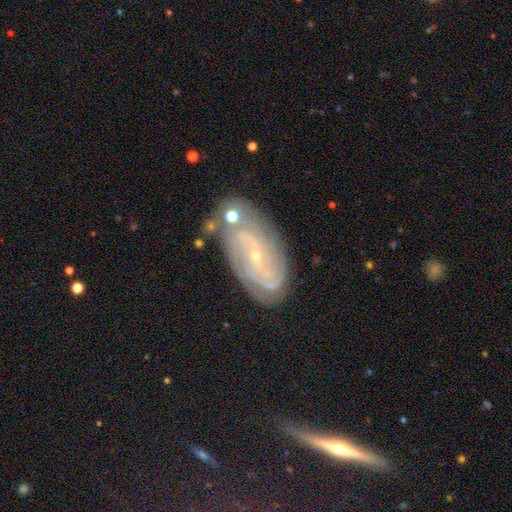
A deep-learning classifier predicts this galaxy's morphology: Overall: featured or disk (79%). Edge-on disk: no (93%). Bar: no (56%; weak 33%). Spiral arms: yes (93%). Spiral arm count: can't tell (37%; 2 22%). Spiral winding: tight (60%; medium 30%). Bulge size: small (85%). Merging: none (71%).